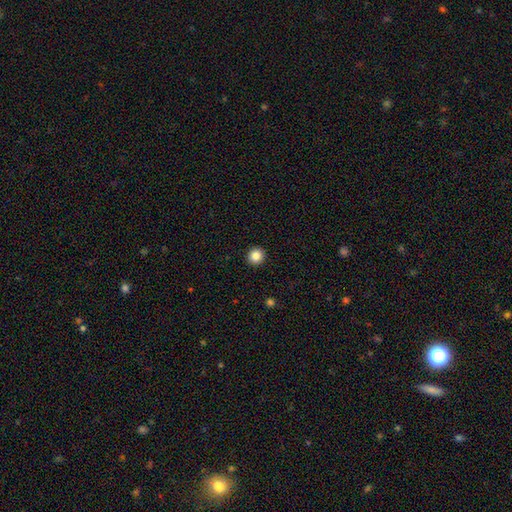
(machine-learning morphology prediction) smooth_or_featured: smooth (p=0.85) [alt: star or artifact p=0.11]
how_rounded: round (p=0.93) [alt: in between p=0.06]
merging: none (p=0.94) [alt: minor disturbance p=0.04]